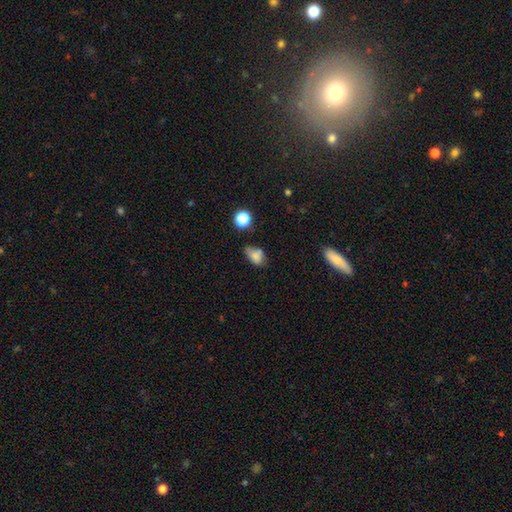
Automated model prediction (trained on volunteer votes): Smooth or featured?
  - smooth: 76% *
  - featured or disk: 12%
  - star or artifact: 12%
How rounded?
  - in between: 82% *
  - round: 16%
  - cigar-shaped: 2%
Merging?
  - none: 48% *
  - minor disturbance: 31%
  - major disturbance: 11%
  - merger: 10%